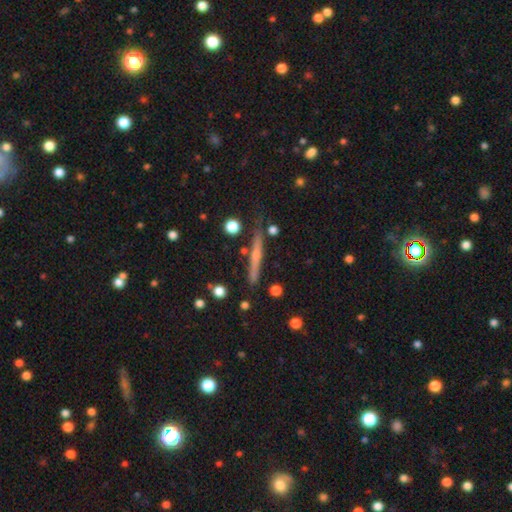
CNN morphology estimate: Overall: featured or disk (60%; smooth 30%). Edge-on disk: yes (96%). Edge-on bulge: rounded (60%; none 34%). Merging: none (82%).